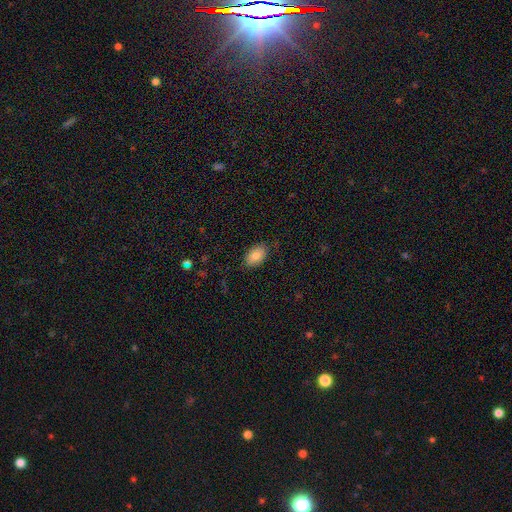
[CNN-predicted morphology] Smooth or featured? Predicted: smooth (p=0.85). How rounded? Predicted: in between (p=0.90). Merging? Predicted: none (p=0.81).